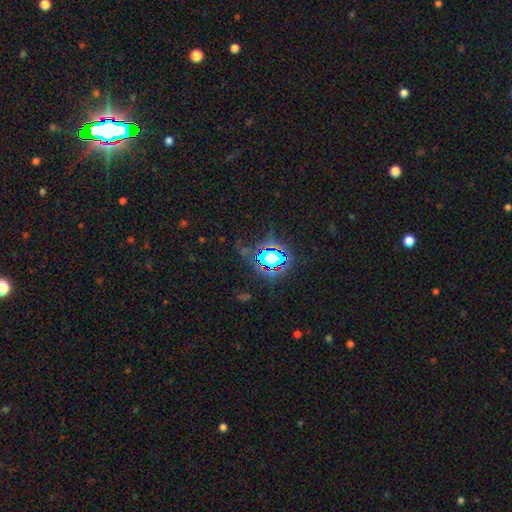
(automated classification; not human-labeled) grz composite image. It shows a star or artifact, not a galaxy (84%).